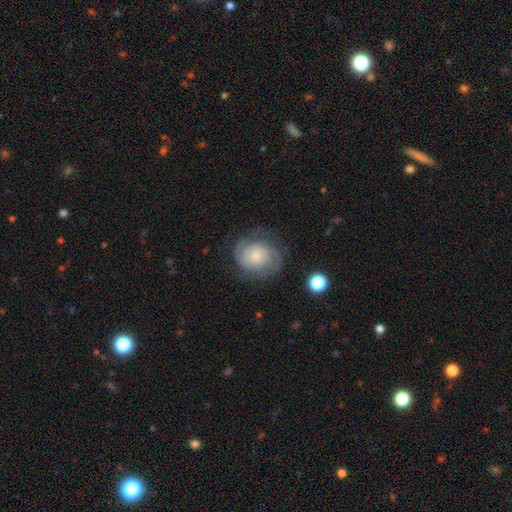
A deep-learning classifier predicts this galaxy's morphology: type=featured or disk (72%); edge-on=no (98%); bar=no (77%); spiral arms=yes (92%); winding=tight (57%); arm count=2 (56%); bulge=small (60%); merging=none (69%).